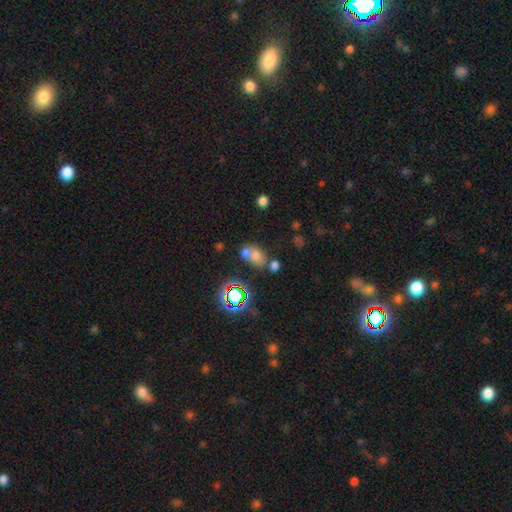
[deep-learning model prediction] A smooth galaxy with no disk features (58%) that is in between round and cigar-shaped (58%).

Vote fractions:
- Smooth or featured? smooth: 58% / star or artifact: 23% / featured or disk: 19%
- How rounded? in between: 58% / round: 40% / cigar-shaped: 2%
- Merging? merger: 50% / none: 35% / minor disturbance: 10% / major disturbance: 5%